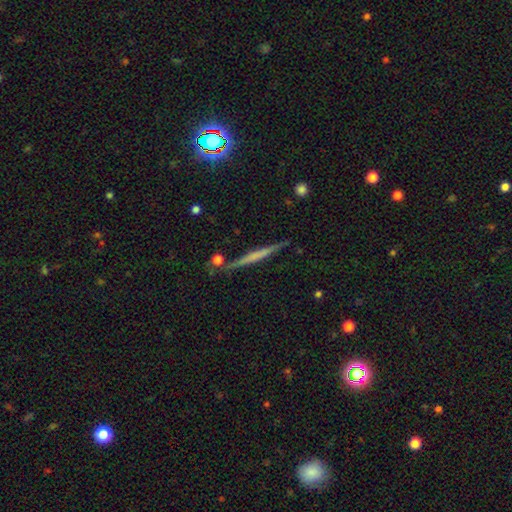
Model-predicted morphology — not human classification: This appears to be a featured or disk galaxy (56%) viewed edge-on (97%) with no central bulge (75%). Merging: none (86%).